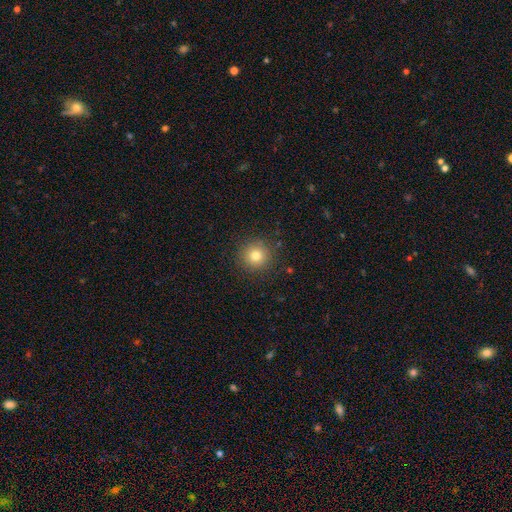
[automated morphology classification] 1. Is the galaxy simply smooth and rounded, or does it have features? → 78% smooth, 13% star or artifact, 8% featured or disk.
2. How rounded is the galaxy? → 95% round, 4% in between, 1% cigar-shaped.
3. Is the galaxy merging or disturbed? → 90% none, 7% minor disturbance, 3% major disturbance, 1% merger.